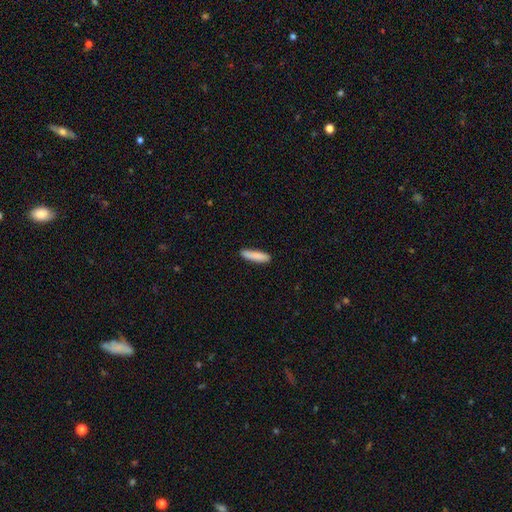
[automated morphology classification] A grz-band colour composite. It shows a smooth galaxy with no disk features (87%) that is cigar-shaped (81%). Merging: none (86%).